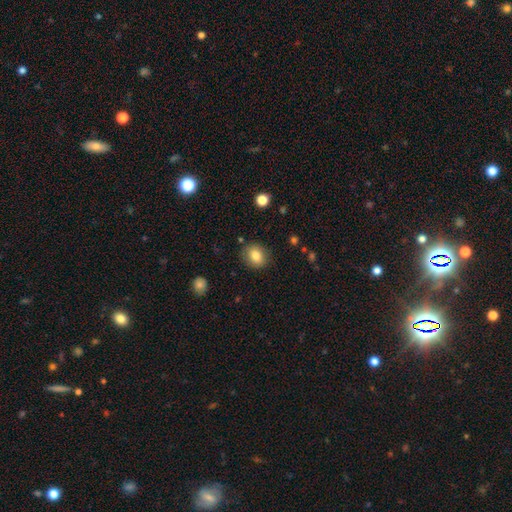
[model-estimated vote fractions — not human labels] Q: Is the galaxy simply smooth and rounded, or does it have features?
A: smooth — 83%.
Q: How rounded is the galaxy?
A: round — 61%.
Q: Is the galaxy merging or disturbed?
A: none — 85%.